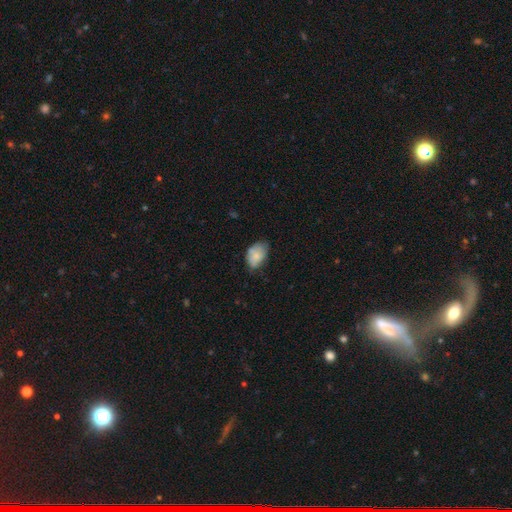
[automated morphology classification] A smooth galaxy with no disk features (76%) that is in between round and cigar-shaped (88%).

Vote fractions:
- Smooth or featured? smooth: 76% / featured or disk: 16% / star or artifact: 8%
- How rounded? in between: 88% / round: 11% / cigar-shaped: 1%
- Merging? none: 49% / minor disturbance: 36% / major disturbance: 9% / merger: 6%